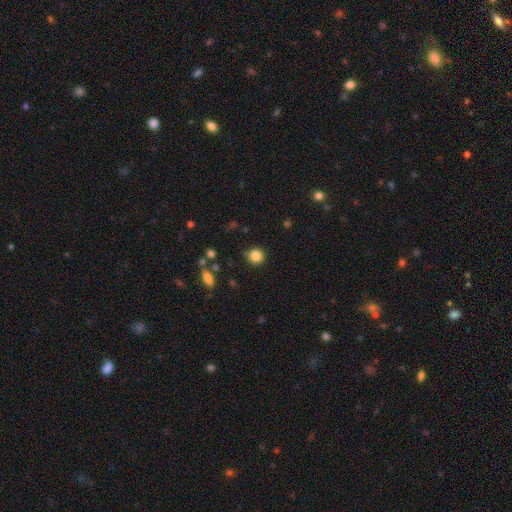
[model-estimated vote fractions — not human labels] smooth_or_featured: smooth (p=0.85) [alt: star or artifact p=0.11]
how_rounded: round (p=0.91) [alt: in between p=0.08]
merging: none (p=0.84) [alt: minor disturbance p=0.11]